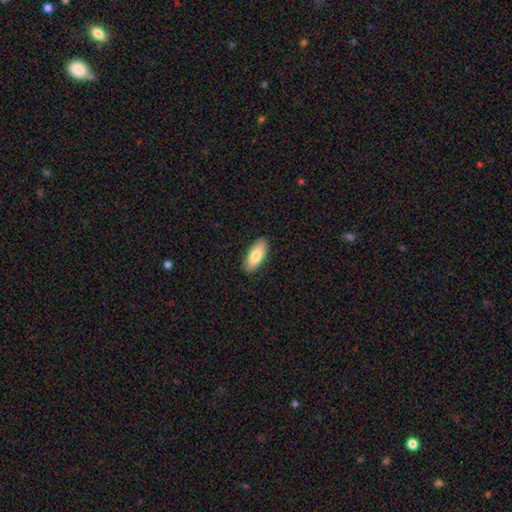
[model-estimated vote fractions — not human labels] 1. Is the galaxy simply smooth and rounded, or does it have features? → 79% smooth, 15% featured or disk, 6% star or artifact.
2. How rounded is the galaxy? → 81% in between, 17% cigar-shaped, 2% round.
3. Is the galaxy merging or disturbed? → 89% none, 9% minor disturbance, 2% major disturbance, 1% merger.